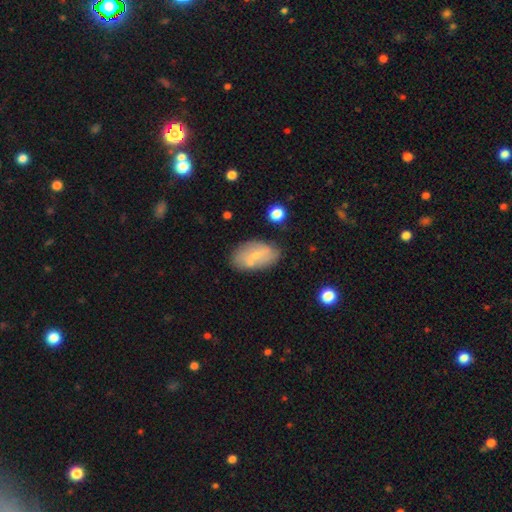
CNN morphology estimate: Smooth or featured?
  - smooth: 54% *
  - featured or disk: 38%
  - star or artifact: 8%
How rounded?
  - in between: 92% *
  - round: 5%
  - cigar-shaped: 3%
Merging?
  - none: 67% *
  - minor disturbance: 17%
  - merger: 10%
  - major disturbance: 5%